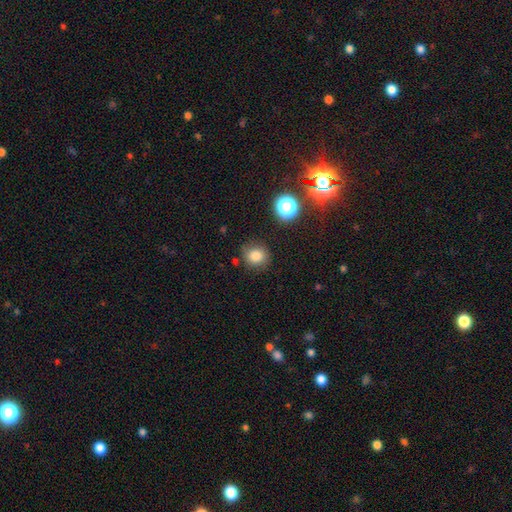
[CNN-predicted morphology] Smooth or featured: smooth — 81% (star or artifact — 13%)
How rounded: round — 84% (in between — 15%)
Merging: none — 80% (minor disturbance — 14%)